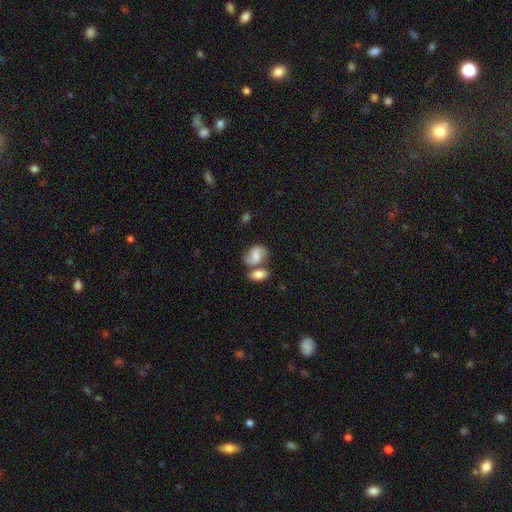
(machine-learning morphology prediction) Smooth or featured?
  - smooth: 55% *
  - featured or disk: 36%
  - star or artifact: 9%
How rounded?
  - in between: 75% *
  - round: 23%
  - cigar-shaped: 2%
Merging?
  - none: 39% * (tied)
  - merger: 39% * (tied)
  - minor disturbance: 15%
  - major disturbance: 7%